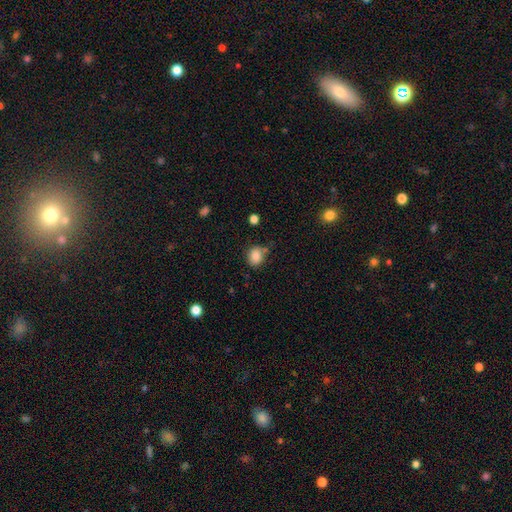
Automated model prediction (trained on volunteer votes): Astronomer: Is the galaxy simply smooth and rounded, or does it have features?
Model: smooth — 85%.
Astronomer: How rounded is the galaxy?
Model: round — 56% (runner-up: in between, 43%).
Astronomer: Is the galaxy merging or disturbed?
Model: none — 67%.